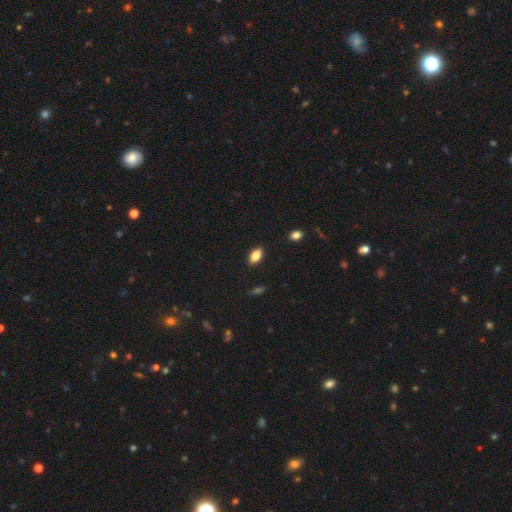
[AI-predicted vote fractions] The model was most divided on "smooth or featured": smooth: 82%, featured or disk: 9%, star or artifact: 8%. More confident: how rounded — in between (90%); merging — none (88%).